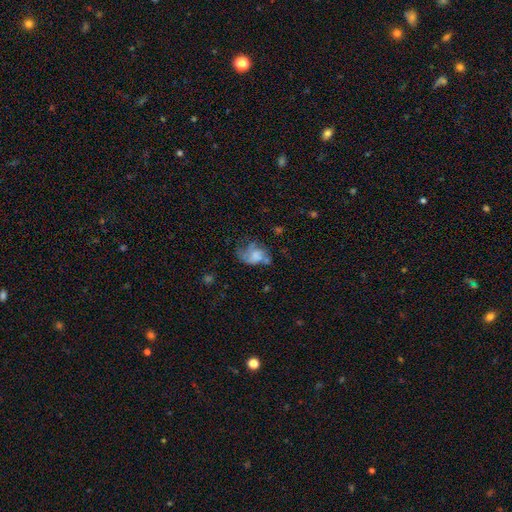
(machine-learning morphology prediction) Overall: smooth (50%; featured or disk 38%). How rounded: in between (71%). Merging: major disturbance (40%; none 25%).